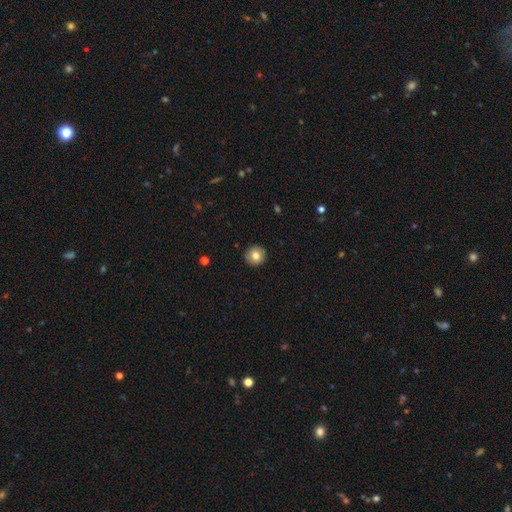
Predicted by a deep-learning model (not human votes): Smooth or featured?
  - smooth: 79% *
  - featured or disk: 12%
  - star or artifact: 9%
How rounded?
  - round: 94% *
  - in between: 5%
  - cigar-shaped: 1%
Merging?
  - none: 92% *
  - minor disturbance: 6%
  - major disturbance: 2%
  - merger: 1%